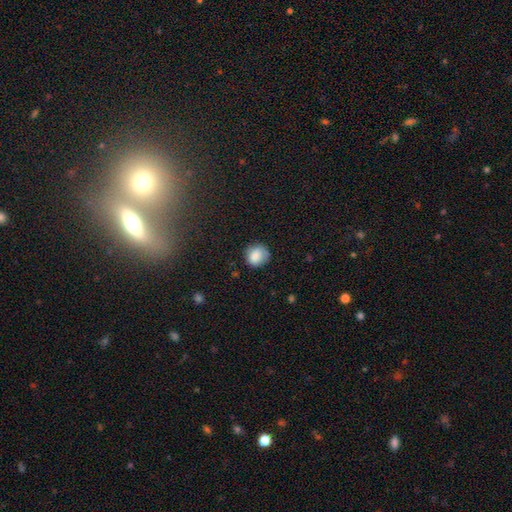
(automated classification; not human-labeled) Q: Smooth or featured?
A: smooth (83%); runner-up: featured or disk (8%)
Q: How rounded?
A: round (83%); runner-up: in between (16%)
Q: Merging?
A: none (72%); runner-up: minor disturbance (21%)